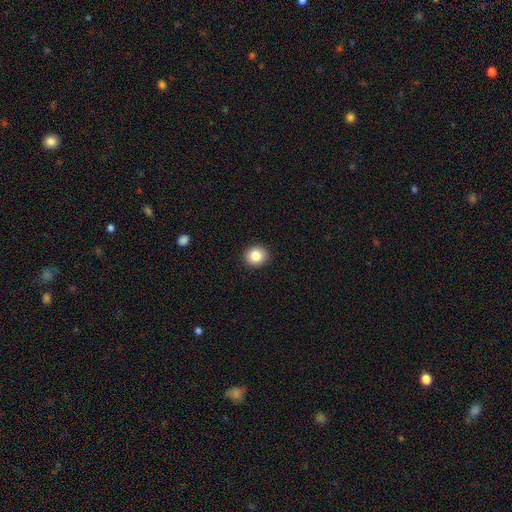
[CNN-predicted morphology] This appears to be a smooth galaxy with no disk features (85%) that is round (82%). Merging: none (92%).